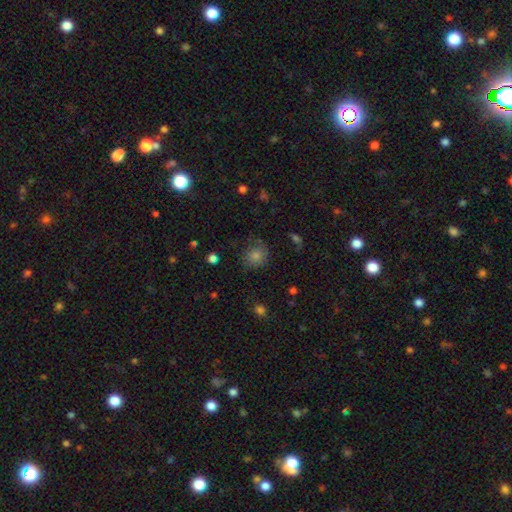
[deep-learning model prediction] Smooth or featured? Predicted: smooth (p=0.70). How rounded? Predicted: round (p=0.82). Merging? Predicted: none (p=0.75).